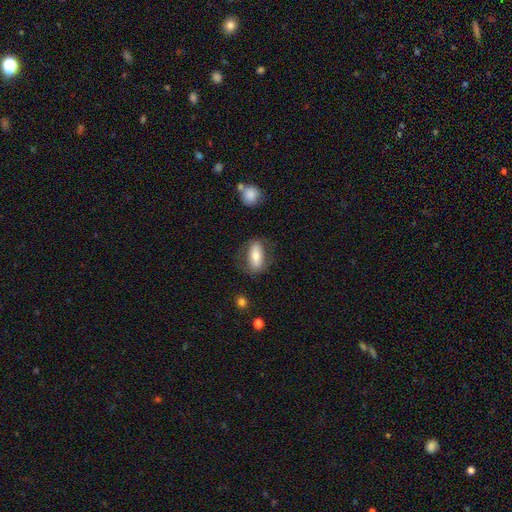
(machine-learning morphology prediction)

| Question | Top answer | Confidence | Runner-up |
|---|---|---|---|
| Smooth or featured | smooth | 65% | featured or disk (28%) |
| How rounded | in between | 81% | cigar-shaped (14%) |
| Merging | none | 71% | minor disturbance (17%) |